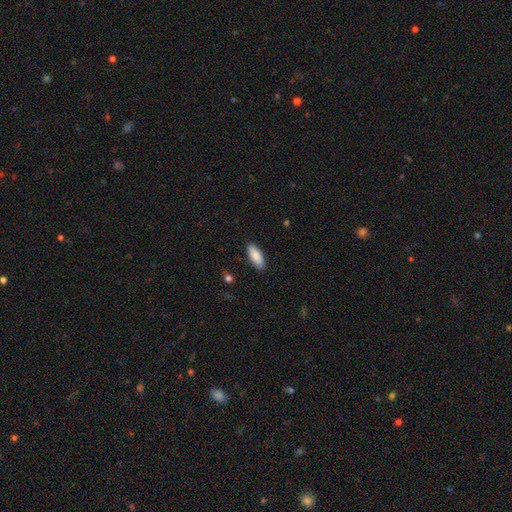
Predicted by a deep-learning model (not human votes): Overall: smooth (88%). How rounded: in between (75%). Merging: none (87%).